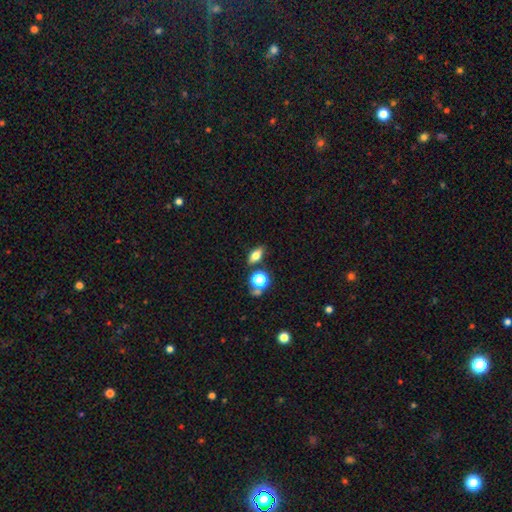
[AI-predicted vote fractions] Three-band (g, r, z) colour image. It shows a smooth galaxy with no disk features (66%) that is in between round and cigar-shaped (71%). Merging: none (78%).